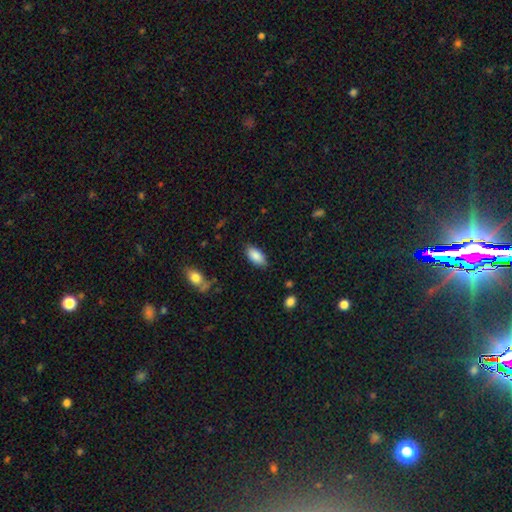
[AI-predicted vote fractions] Smooth or featured?
  - smooth: 87% *
  - featured or disk: 7%
  - star or artifact: 7%
How rounded?
  - in between: 91% *
  - cigar-shaped: 6%
  - round: 2%
Merging?
  - none: 83% *
  - minor disturbance: 13%
  - major disturbance: 3%
  - merger: 1%